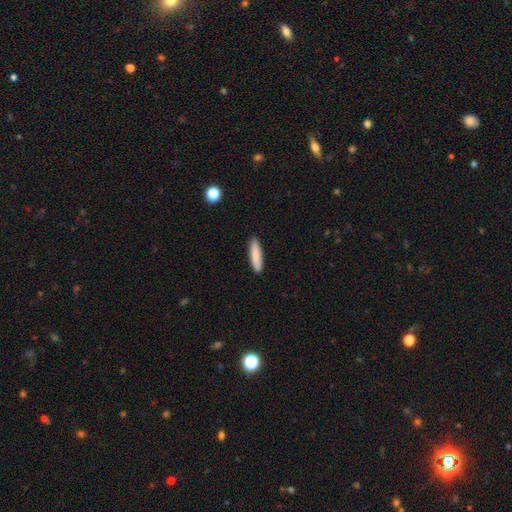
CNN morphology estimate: Q: Smooth or featured?
A: smooth (87%); runner-up: featured or disk (8%)
Q: How rounded?
A: cigar-shaped (76%); runner-up: in between (23%)
Q: Merging?
A: none (90%); runner-up: minor disturbance (7%)